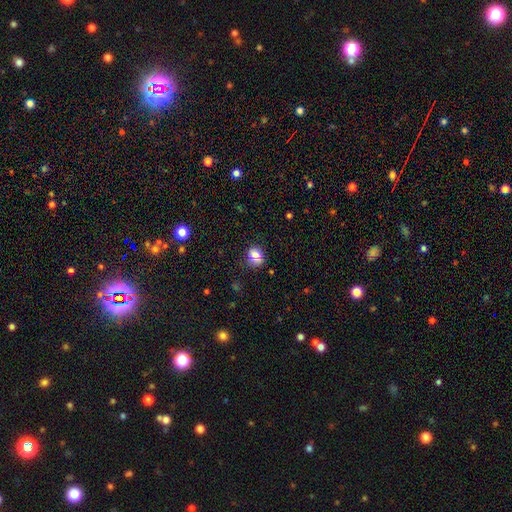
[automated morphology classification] This is likely a smooth galaxy (77%). How rounded: likely round (60%). Merging: likely none (69%).